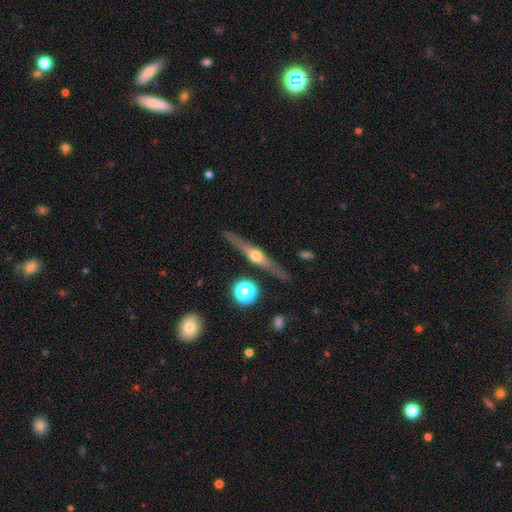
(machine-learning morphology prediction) Overall: featured or disk (73%). Edge-on disk: yes (96%). Edge-on bulge: rounded (92%). Merging: none (86%).